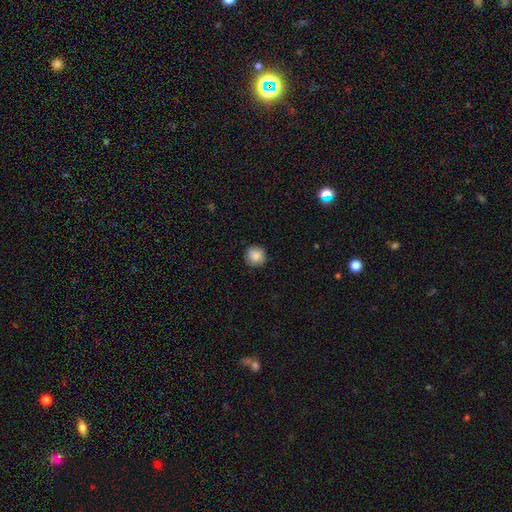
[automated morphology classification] Q: Smooth or featured?
A: smooth (87%); runner-up: star or artifact (8%)
Q: How rounded?
A: round (94%); runner-up: in between (5%)
Q: Merging?
A: none (89%); runner-up: minor disturbance (8%)